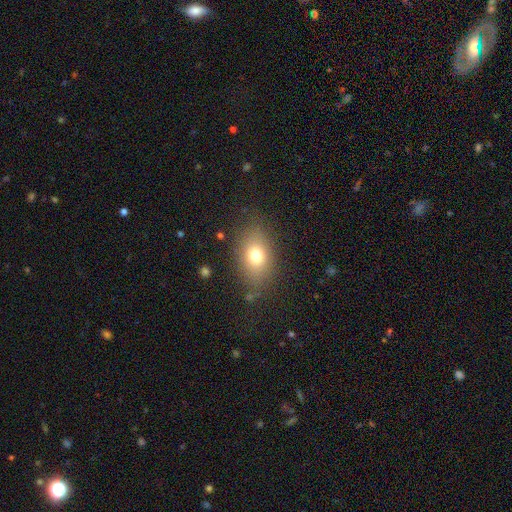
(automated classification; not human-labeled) A smooth galaxy with no disk features (74%) that is in between round and cigar-shaped (78%). Merging: none (80%).